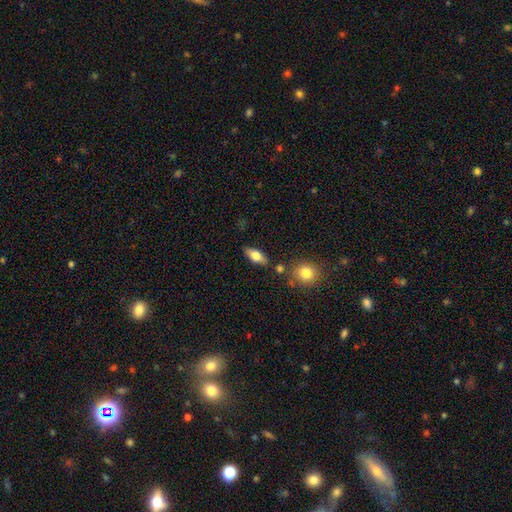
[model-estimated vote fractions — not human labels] Smooth or featured? smooth (64%)
How rounded? in between (74%)
Merging? none (80%)